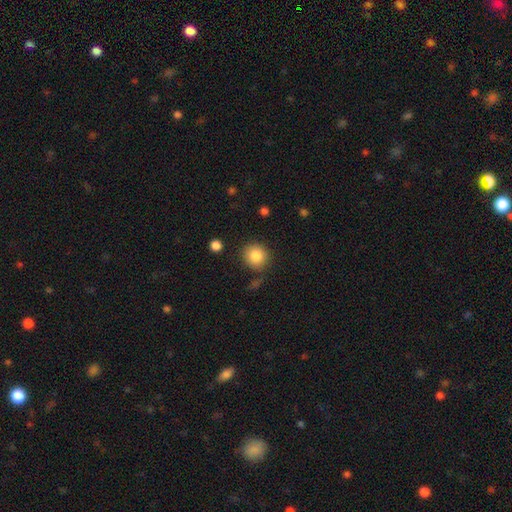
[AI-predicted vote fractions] smooth 85%, star or artifact 9%, featured or disk 6%. Down the decision tree: how rounded — round (90%); merging — none (84%).